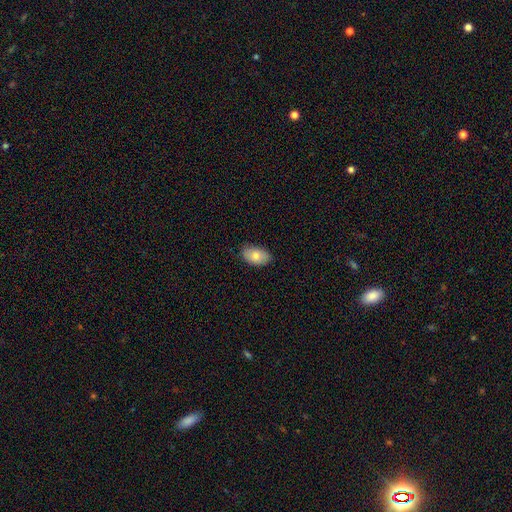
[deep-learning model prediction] Smooth or featured: smooth — 79% (featured or disk — 14%)
How rounded: in between — 92% (round — 6%)
Merging: none — 83% (minor disturbance — 14%)